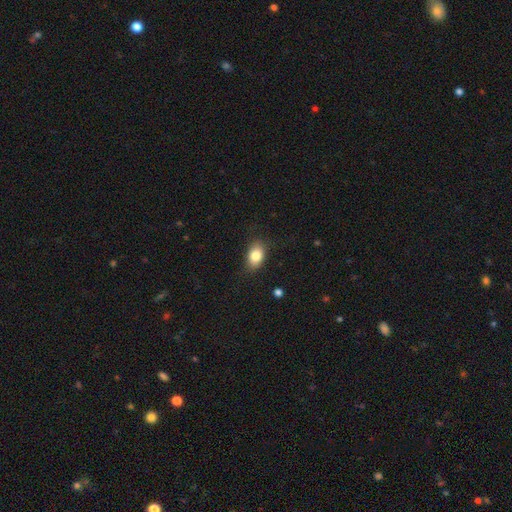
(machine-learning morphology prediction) smooth-or-featured: smooth: 83% | featured or disk: 9% | star or artifact: 8%
  how-rounded: in between: 84% | round: 14% | cigar-shaped: 2%
  merging: none: 80% | minor disturbance: 15% | major disturbance: 4% | merger: 1%